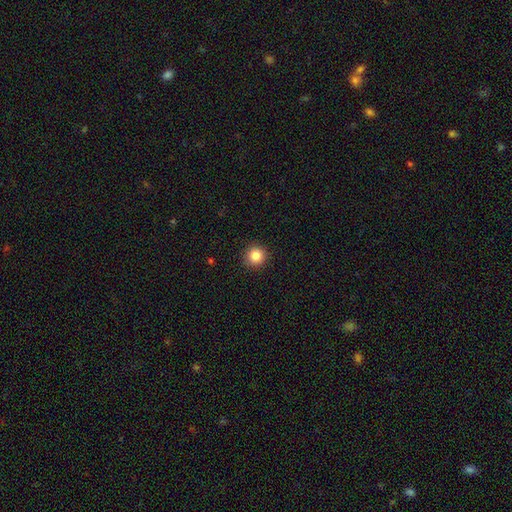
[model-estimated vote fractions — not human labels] Smooth or featured: smooth — 85% (star or artifact — 10%)
How rounded: round — 94% (in between — 5%)
Merging: none — 92% (minor disturbance — 5%)